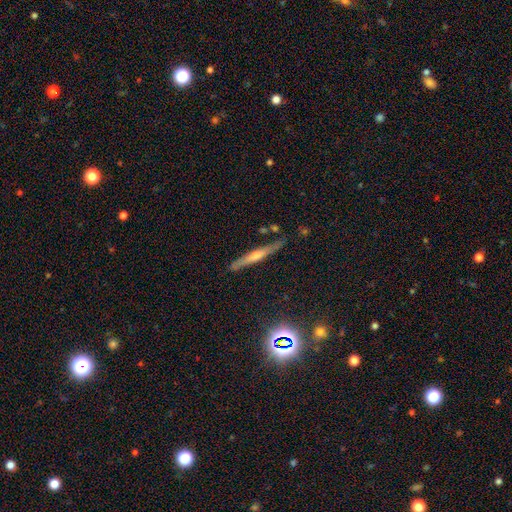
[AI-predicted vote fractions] Overall: featured or disk (58%; smooth 29%). Edge-on disk: yes (95%). Edge-on bulge: rounded (69%). Merging: none (84%).